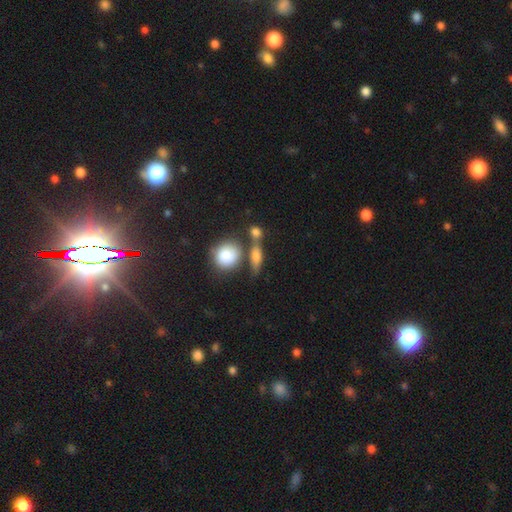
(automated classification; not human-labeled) smooth 64%, featured or disk 24%, star or artifact 12%. Down the decision tree: how rounded — in between (41%); merging — none (59%).